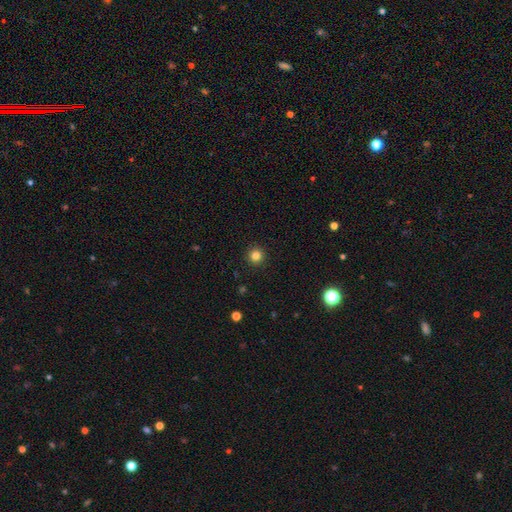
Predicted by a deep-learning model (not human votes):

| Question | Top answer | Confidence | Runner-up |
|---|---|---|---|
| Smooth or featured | smooth | 82% | star or artifact (13%) |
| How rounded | round | 96% | in between (3%) |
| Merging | none | 93% | minor disturbance (4%) |